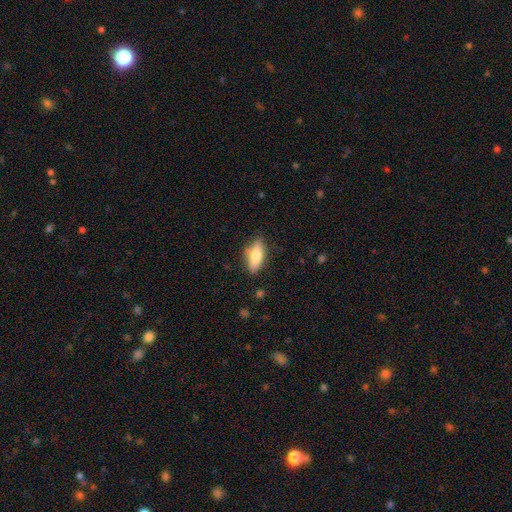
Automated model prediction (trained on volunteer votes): Smooth or featured?
  - smooth: 70% *
  - featured or disk: 23%
  - star or artifact: 7%
How rounded?
  - in between: 69% *
  - cigar-shaped: 28%
  - round: 3%
Merging?
  - none: 79% *
  - minor disturbance: 16%
  - major disturbance: 3%
  - merger: 2%